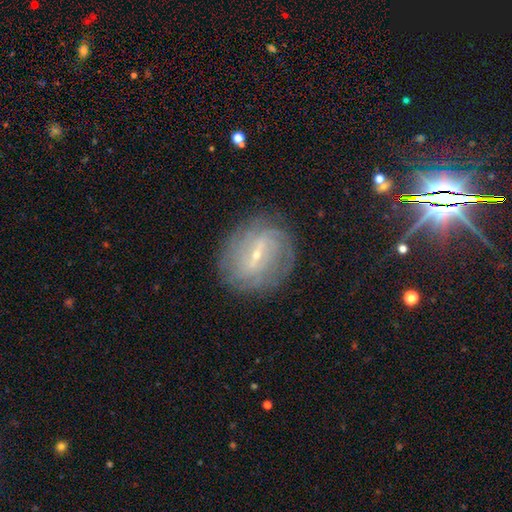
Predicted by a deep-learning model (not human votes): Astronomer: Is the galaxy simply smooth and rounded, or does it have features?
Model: featured or disk — 68%.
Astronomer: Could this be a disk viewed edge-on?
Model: no — 92%.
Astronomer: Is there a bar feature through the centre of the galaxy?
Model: weak — 45% (runner-up: strong, 39%).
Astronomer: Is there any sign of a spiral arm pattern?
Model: yes — 78%.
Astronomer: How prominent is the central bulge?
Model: small — 79%.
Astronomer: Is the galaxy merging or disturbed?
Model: none — 81%.